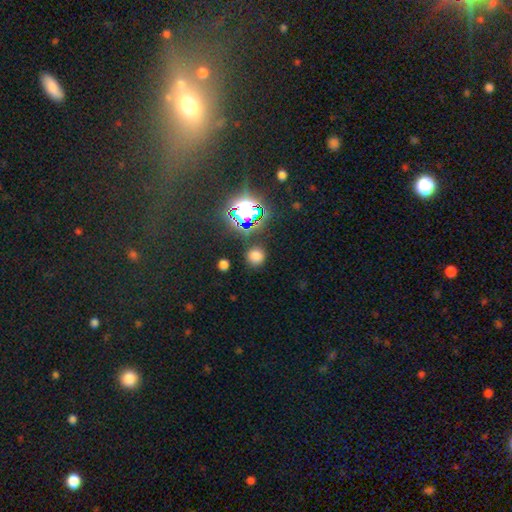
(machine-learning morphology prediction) A smooth galaxy with no disk features (69%) that is round (90%). Merging: none (84%).